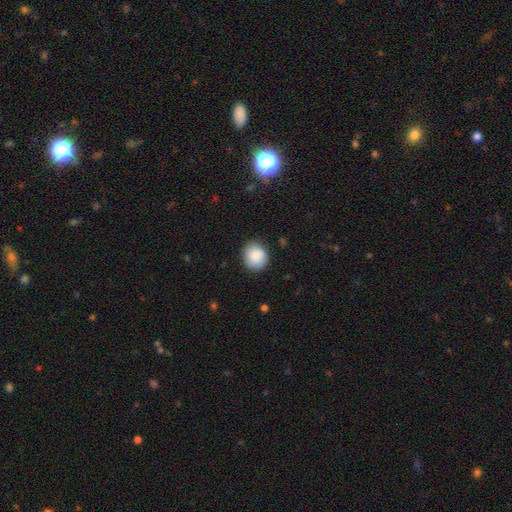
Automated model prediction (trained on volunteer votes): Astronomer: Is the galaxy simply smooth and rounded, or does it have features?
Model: smooth — 88%.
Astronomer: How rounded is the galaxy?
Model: round — 79%.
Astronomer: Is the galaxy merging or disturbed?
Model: none — 84%.